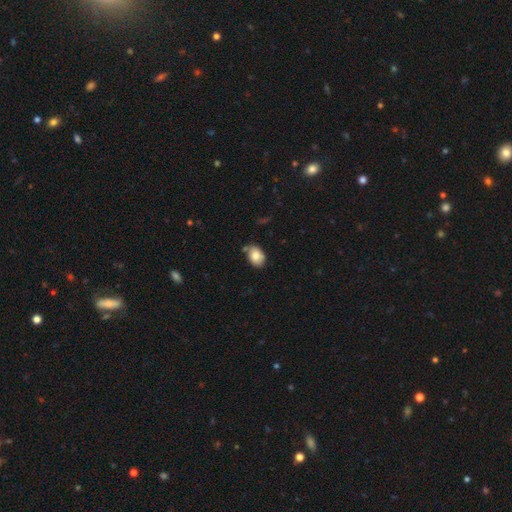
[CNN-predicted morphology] Smooth or featured: smooth — 81% (featured or disk — 12%)
How rounded: in between — 81% (round — 18%)
Merging: none — 70% (minor disturbance — 20%)